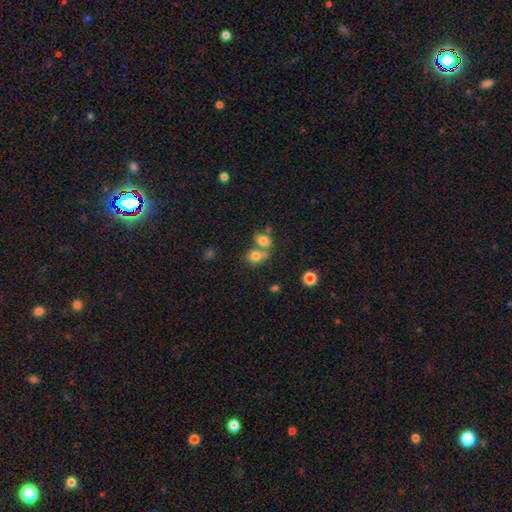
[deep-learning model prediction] smooth_or_featured: smooth (p=0.76) [alt: star or artifact p=0.13]
how_rounded: round (p=0.60) [alt: in between p=0.39]
merging: merger (p=0.51) [alt: none p=0.37]